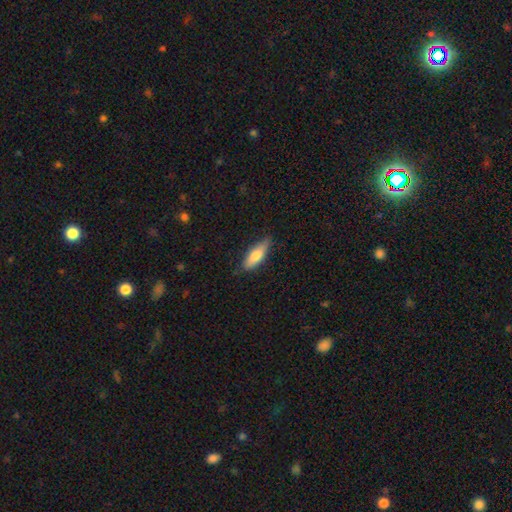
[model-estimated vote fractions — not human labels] Smooth or featured? smooth (76%)
How rounded? in between (59%)
Merging? none (76%)